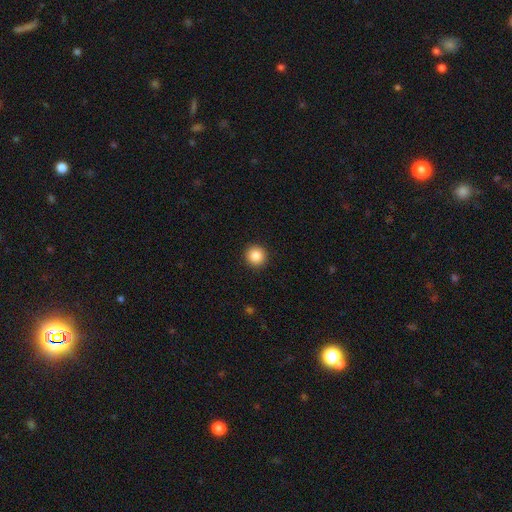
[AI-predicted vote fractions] smooth_or_featured: smooth (p=0.87) [alt: star or artifact p=0.09]
how_rounded: round (p=0.93) [alt: in between p=0.06]
merging: none (p=0.93) [alt: minor disturbance p=0.05]